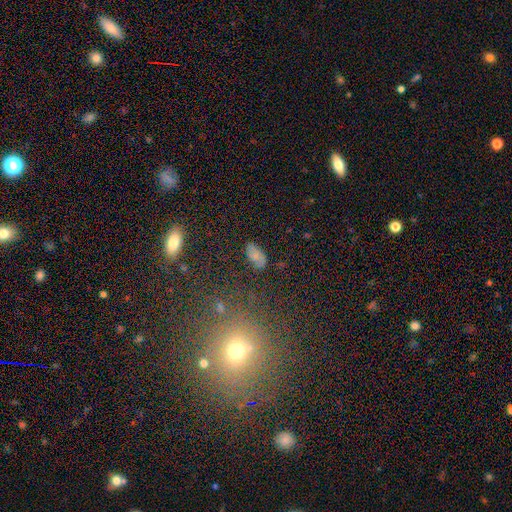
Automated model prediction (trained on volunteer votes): This is likely a smooth galaxy (68%). How rounded: clearly in between (92%). Merging: likely none (74%).